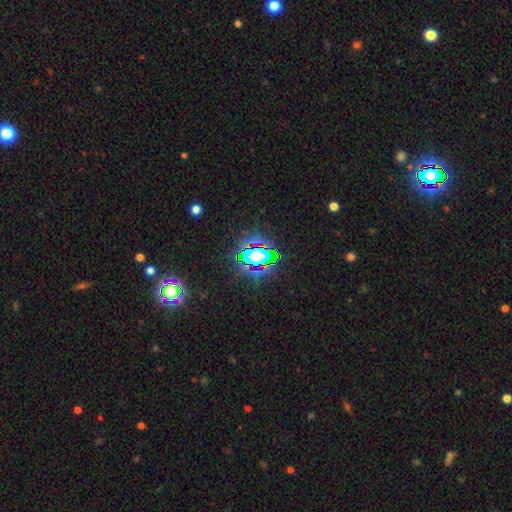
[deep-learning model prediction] Overall: star or artifact (67%).